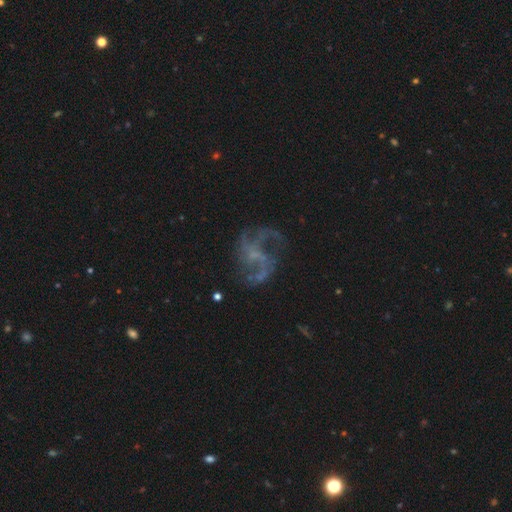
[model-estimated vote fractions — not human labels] Smooth or featured? featured or disk (81%)
Edge-on disk? no (98%)
Bar? no (58%)
Spiral arms? yes (90%)
Spiral winding? loose (56%)
Spiral arm count? 2 (41%)
Bulge size? none (48%)
Merging? none (60%)